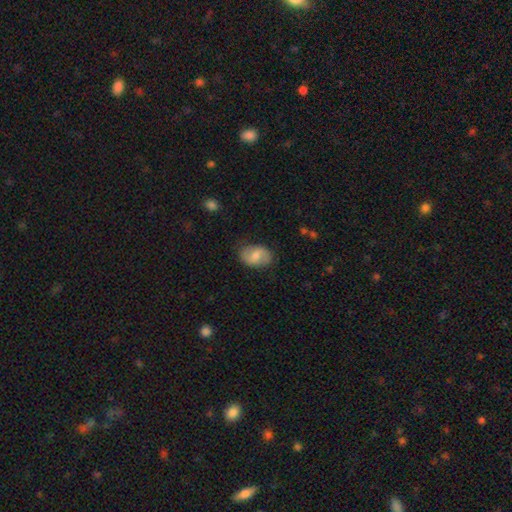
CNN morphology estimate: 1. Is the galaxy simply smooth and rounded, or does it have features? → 53% smooth, 40% featured or disk, 7% star or artifact.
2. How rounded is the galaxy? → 81% in between, 17% round, 1% cigar-shaped.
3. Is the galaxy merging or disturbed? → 77% none, 17% minor disturbance, 4% major disturbance, 1% merger.